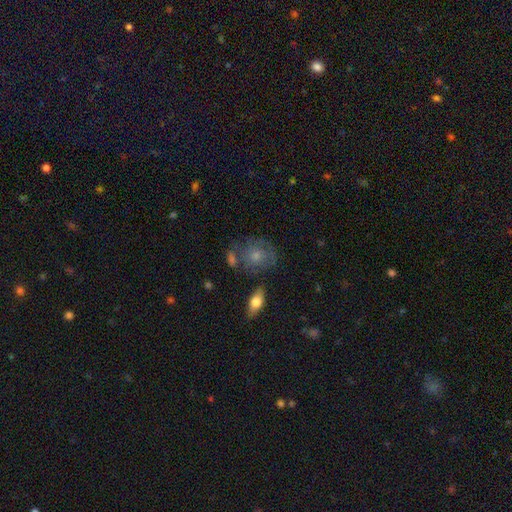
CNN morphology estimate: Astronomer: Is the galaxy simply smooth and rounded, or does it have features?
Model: smooth — 49% (runner-up: featured or disk, 41%).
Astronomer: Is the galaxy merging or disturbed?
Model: none — 60%.